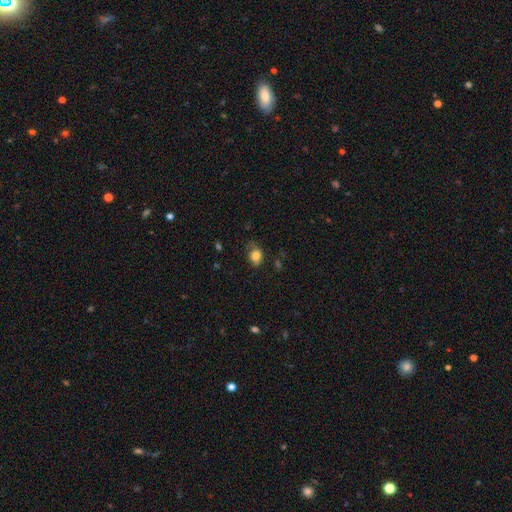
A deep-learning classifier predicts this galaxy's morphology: A smooth galaxy with no disk features (82%) that is in between round and cigar-shaped (60%).

Vote fractions:
- Smooth or featured? smooth: 82% / star or artifact: 10% / featured or disk: 8%
- How rounded? in between: 60% / round: 39% / cigar-shaped: 1%
- Merging? none: 64% / minor disturbance: 26% / major disturbance: 8% / merger: 2%